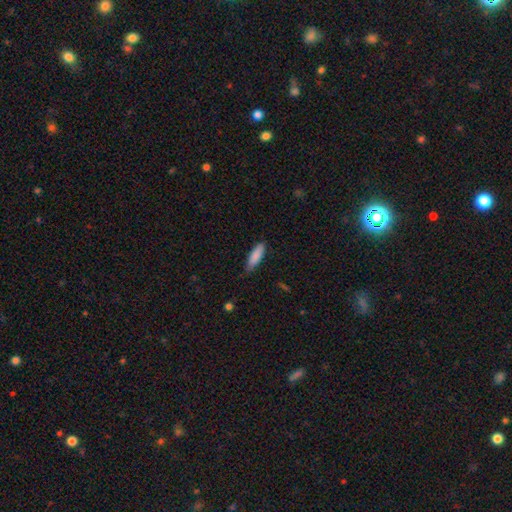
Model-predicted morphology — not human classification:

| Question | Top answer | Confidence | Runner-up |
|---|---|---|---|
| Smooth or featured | smooth | 87% | featured or disk (8%) |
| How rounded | in between | 50% | cigar-shaped (49%) |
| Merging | none | 73% | minor disturbance (23%) |